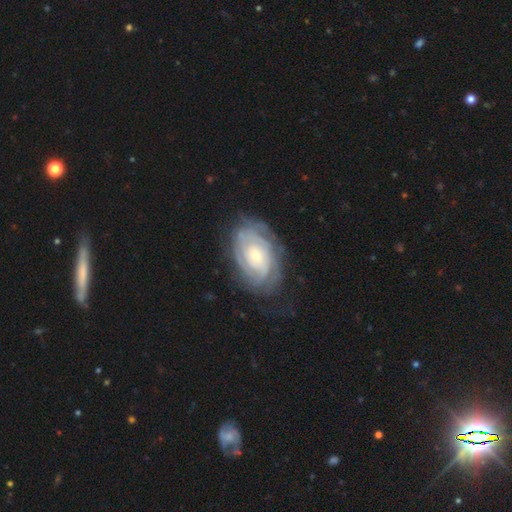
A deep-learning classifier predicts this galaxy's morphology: This is likely a featured or disk galaxy (80%). It is clearly not viewed edge-on (96%). Bar: likely no (75%). Spiral arm pattern: clearly yes (92%). Spiral arm count: possibly can't tell (48%). Spiral winding: likely tight (77%). Central bulge: possibly small (49%). Merging: likely none (71%).